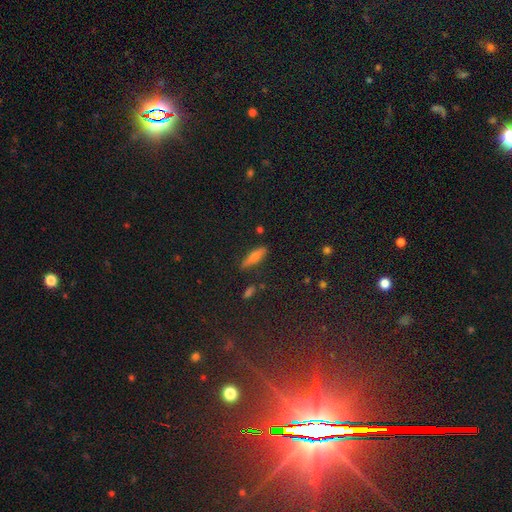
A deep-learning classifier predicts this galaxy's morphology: A smooth galaxy with no disk features (72%) that is cigar-shaped (56%).

Vote fractions:
- Smooth or featured? smooth: 72% / featured or disk: 17% / star or artifact: 11%
- How rounded? cigar-shaped: 56% / in between: 41% / round: 3%
- Merging? none: 73% / minor disturbance: 19% / major disturbance: 5% / merger: 3%